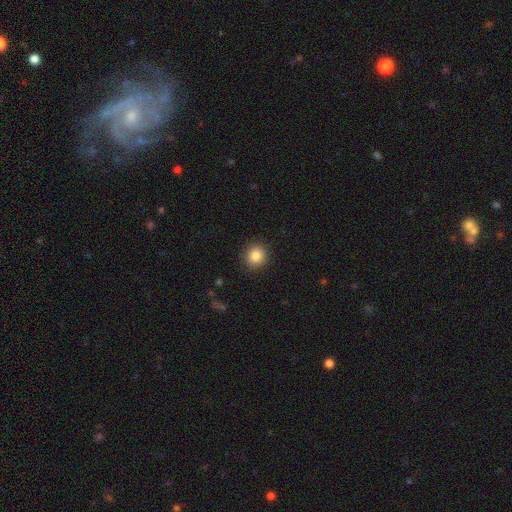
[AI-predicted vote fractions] Smooth or featured: smooth — 85% (star or artifact — 10%)
How rounded: round — 90% (in between — 9%)
Merging: none — 90% (minor disturbance — 6%)